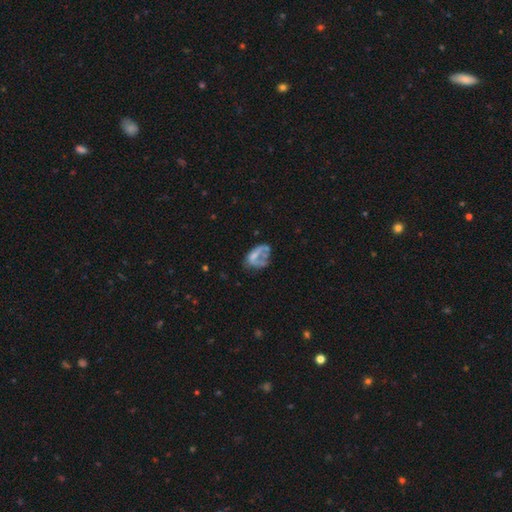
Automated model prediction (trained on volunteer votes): Smooth or featured: featured or disk — 48% (smooth — 40%)
Merging: major disturbance — 41% (none — 27%)